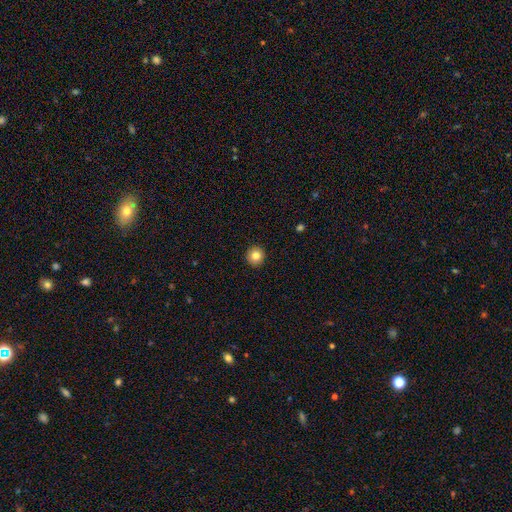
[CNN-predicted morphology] A smooth galaxy with no disk features (83%) that is round (95%). Merging: none (93%).